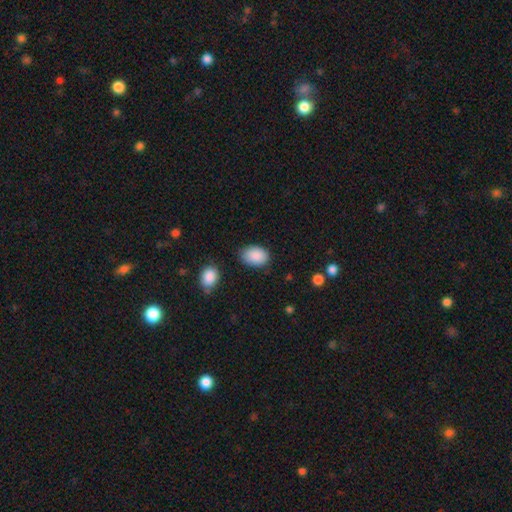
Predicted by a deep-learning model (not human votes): Q: Smooth or featured?
A: smooth (90%); runner-up: star or artifact (7%)
Q: How rounded?
A: in between (85%); runner-up: round (14%)
Q: Merging?
A: none (80%); runner-up: minor disturbance (15%)